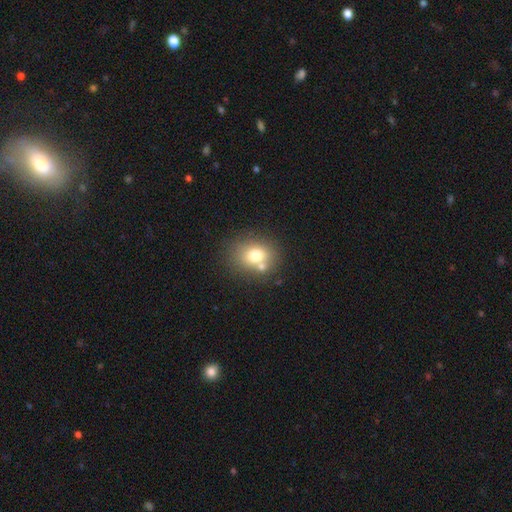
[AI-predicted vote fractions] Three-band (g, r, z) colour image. It shows a smooth galaxy with no disk features (72%) that is round (59%). Merging: none (63%).